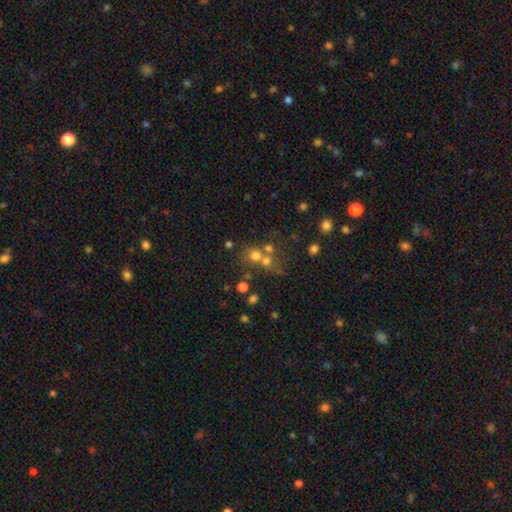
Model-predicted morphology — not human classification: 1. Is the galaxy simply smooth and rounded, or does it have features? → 67% smooth, 19% star or artifact, 14% featured or disk.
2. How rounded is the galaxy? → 85% round, 14% in between, 1% cigar-shaped.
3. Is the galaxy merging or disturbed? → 49% none, 39% merger, 7% minor disturbance, 5% major disturbance.